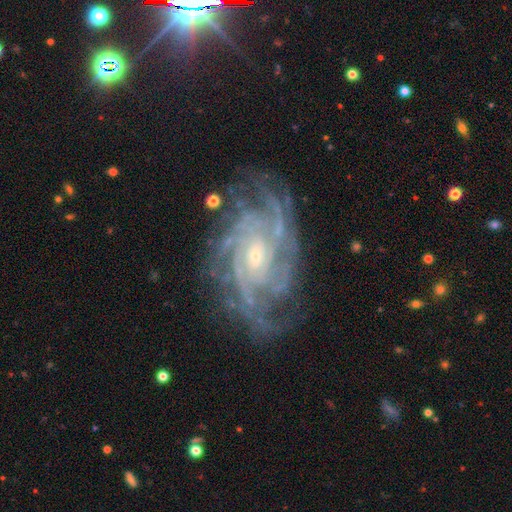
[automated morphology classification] Smooth or featured?
  - featured or disk: 90% *
  - star or artifact: 6%
  - smooth: 4%
Edge-on disk?
  - no: 97% *
  - yes: 3%
Bar?
  - no: 61% *
  - weak: 30%
  - strong: 9%
Spiral arms?
  - yes: 98% *
  - no: 2%
Spiral winding?
  - tight: 67% *
  - medium: 28%
  - loose: 4%
Spiral arm count?
  - 4: 28% *
  - can't tell: 21%
  - 3: 16%
  - more than 4: 16%
  - 2: 11%
  - 1: 8%
Bulge size?
  - small: 76% *
  - moderate: 20%
  - none: 2%
  - large: 1%
  - dominant: 1%
Merging?
  - none: 75% *
  - minor disturbance: 16%
  - major disturbance: 7%
  - merger: 2%